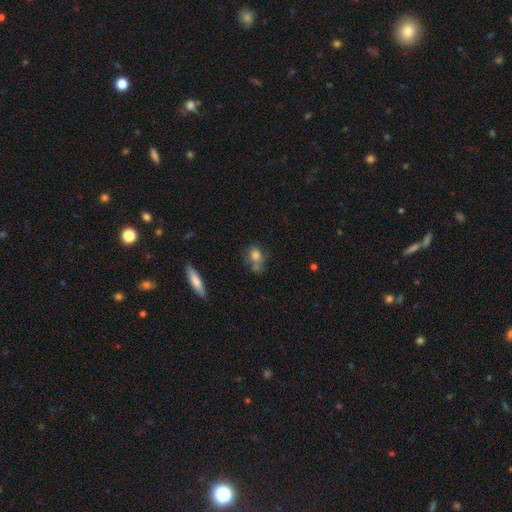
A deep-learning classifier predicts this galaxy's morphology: Smooth or featured?
  - smooth: 74% *
  - featured or disk: 16%
  - star or artifact: 10%
How rounded?
  - in between: 69% *
  - round: 26%
  - cigar-shaped: 6%
Merging?
  - none: 44% *
  - minor disturbance: 24%
  - merger: 19%
  - major disturbance: 13%